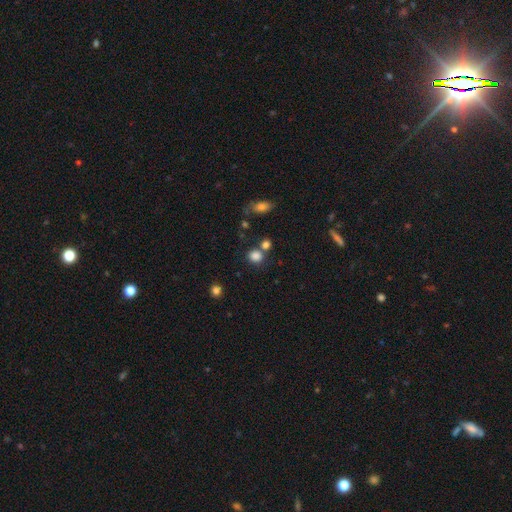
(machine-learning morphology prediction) smooth_or_featured: smooth (p=0.82) [alt: star or artifact p=0.13]
how_rounded: round (p=0.73) [alt: in between p=0.26]
merging: none (p=0.61) [alt: merger p=0.23]